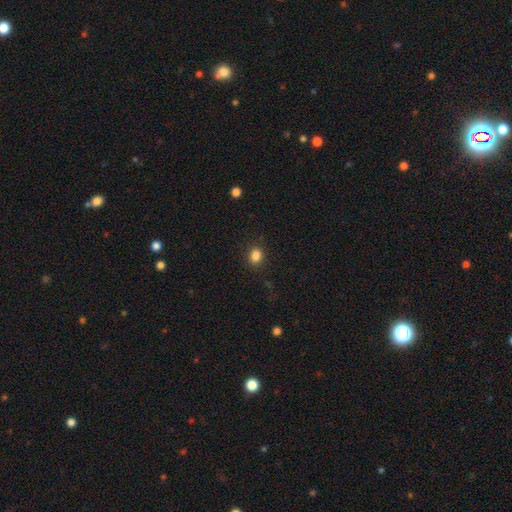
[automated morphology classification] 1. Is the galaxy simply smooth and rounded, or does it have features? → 86% smooth, 10% star or artifact, 4% featured or disk.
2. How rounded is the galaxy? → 56% in between, 43% round, 1% cigar-shaped.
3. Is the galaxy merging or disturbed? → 88% none, 8% minor disturbance, 3% major disturbance, 1% merger.